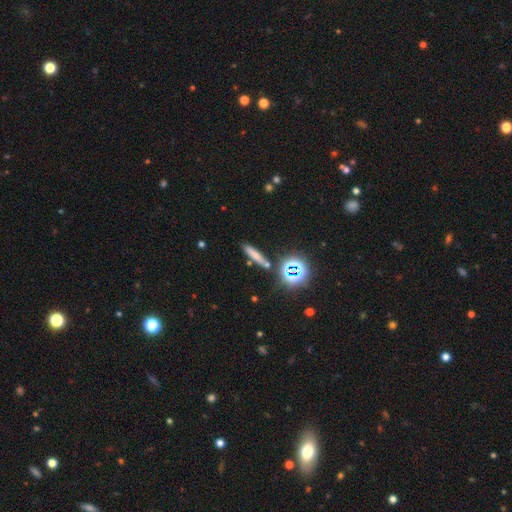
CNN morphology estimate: Smooth or featured: smooth — 64% (star or artifact — 20%)
How rounded: cigar-shaped — 82% (in between — 11%)
Merging: none — 82% (minor disturbance — 9%)